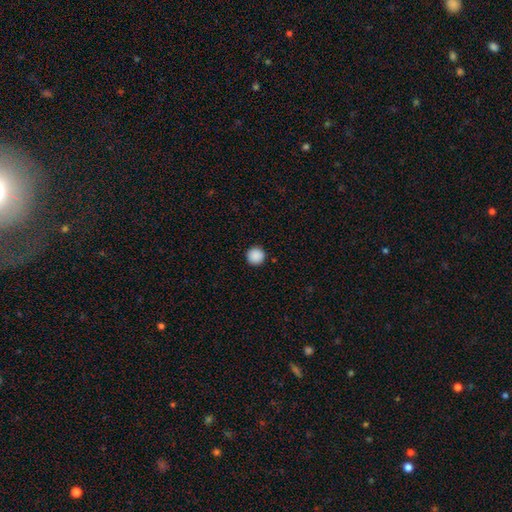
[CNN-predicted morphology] Overall: smooth (89%). How rounded: round (96%). Merging: none (93%).